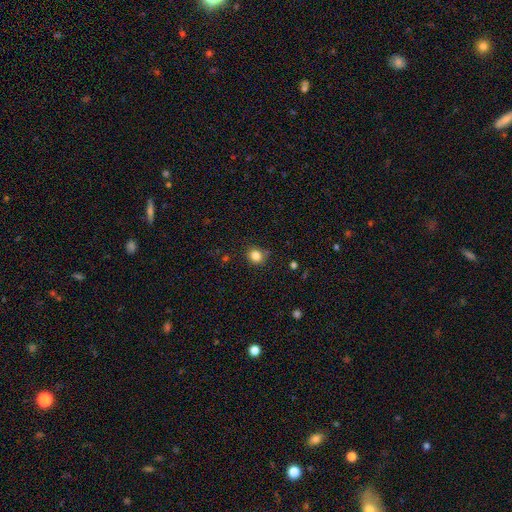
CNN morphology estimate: A smooth galaxy with no disk features (84%) that is round (79%).

Vote fractions:
- Smooth or featured? smooth: 84% / star or artifact: 11% / featured or disk: 5%
- How rounded? round: 79% / in between: 20% / cigar-shaped: 1%
- Merging? none: 83% / minor disturbance: 12% / major disturbance: 3% / merger: 2%